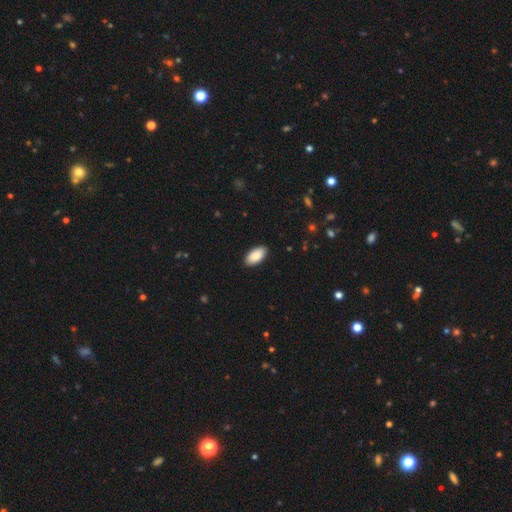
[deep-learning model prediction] This is clearly a smooth galaxy (89%). How rounded: clearly in between (95%). Merging: clearly none (89%).